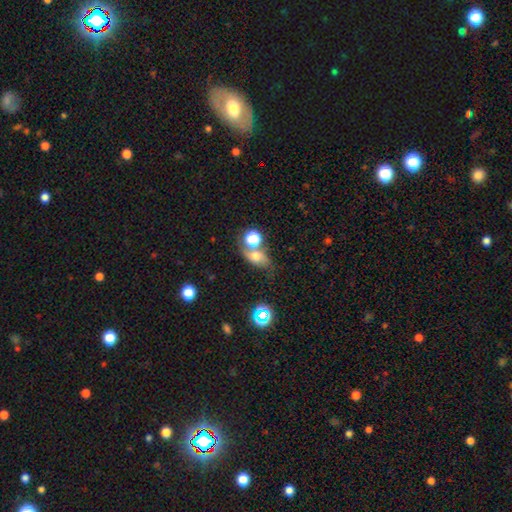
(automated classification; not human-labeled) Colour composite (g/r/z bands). It shows a smooth galaxy with no disk features (62%) that is in between round and cigar-shaped (62%). Merging: none (49%).